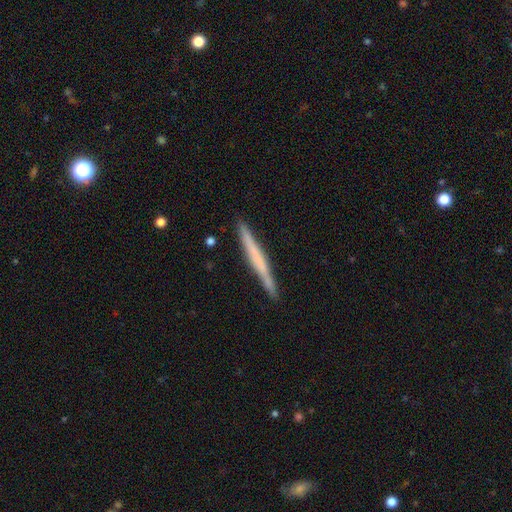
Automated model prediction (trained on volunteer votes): Smooth or featured? featured or disk (49%)
Merging? none (89%)